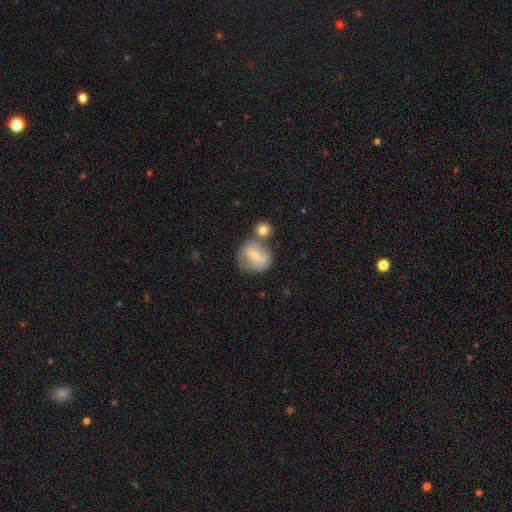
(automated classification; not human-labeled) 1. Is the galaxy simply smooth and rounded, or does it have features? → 53% smooth, 39% featured or disk, 8% star or artifact.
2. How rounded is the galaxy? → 85% round, 14% in between, 1% cigar-shaped.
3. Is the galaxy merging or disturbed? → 44% none, 35% merger, 15% minor disturbance, 6% major disturbance.